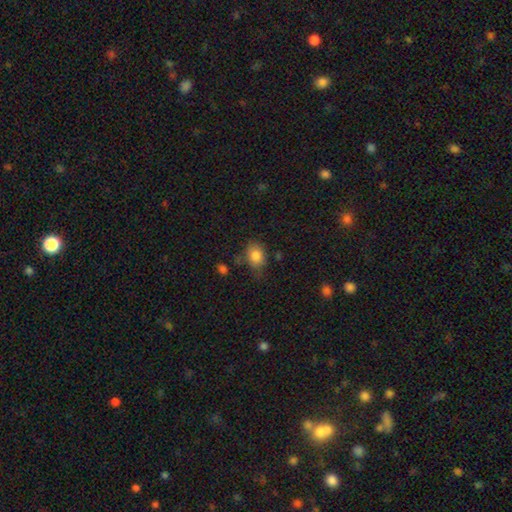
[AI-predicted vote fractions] smooth 84%, star or artifact 9%, featured or disk 8%. Down the decision tree: how rounded — in between (63%); merging — none (67%).